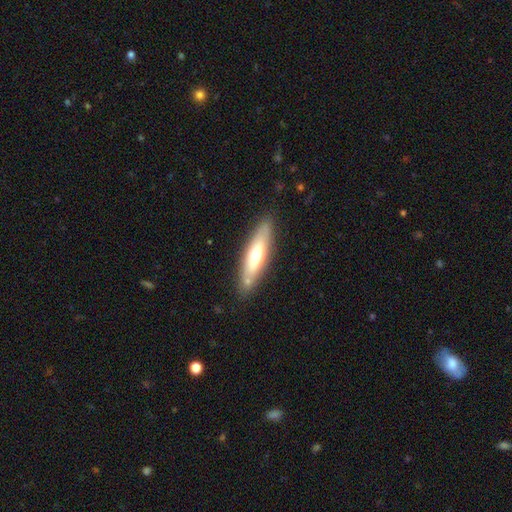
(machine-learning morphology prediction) Smooth or featured?
  - smooth: 57% *
  - featured or disk: 37%
  - star or artifact: 6%
How rounded?
  - cigar-shaped: 69% *
  - in between: 30%
  - round: 2%
Merging?
  - none: 82% *
  - minor disturbance: 12%
  - merger: 4%
  - major disturbance: 2%